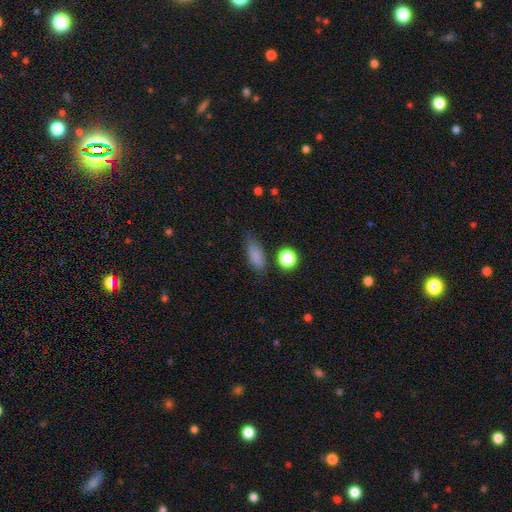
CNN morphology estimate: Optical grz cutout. It shows a smooth galaxy with no disk features (82%) that is in between round and cigar-shaped (71%). Merging: none (70%).